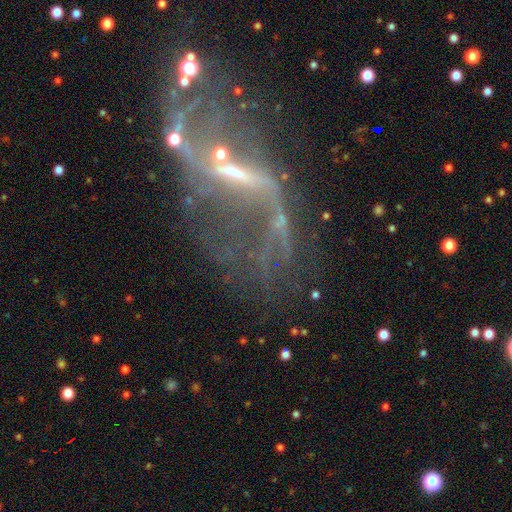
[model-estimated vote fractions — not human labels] Smooth or featured?
  - featured or disk: 77% *
  - star or artifact: 14%
  - smooth: 8%
Edge-on disk?
  - no: 92% *
  - yes: 8%
Bar?
  - strong: 43% *
  - weak: 38%
  - no: 19%
Spiral arms?
  - yes: 75% *
  - no: 25%
Spiral winding?
  - loose: 87% *
  - medium: 9%
  - tight: 4%
Spiral arm count?
  - 2: 79% *
  - 1: 8%
  - can't tell: 7%
  - 3: 2%
  - 4: 2%
  - more than 4: 2%
Bulge size?
  - small: 50% *
  - none: 30%
  - moderate: 16%
  - large: 2%
  - dominant: 1%
Merging?
  - none: 42% *
  - major disturbance: 30%
  - minor disturbance: 17%
  - merger: 11%